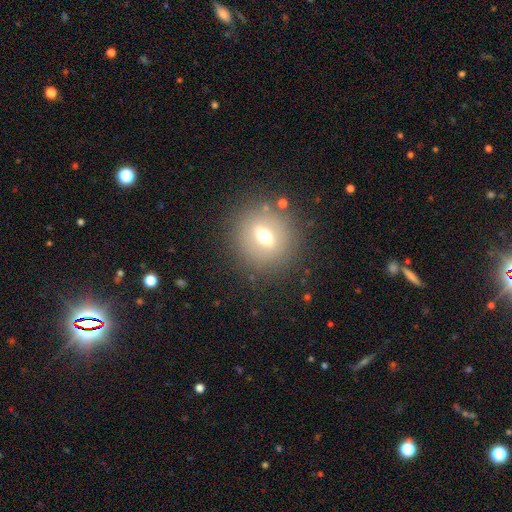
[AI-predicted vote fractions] Smooth or featured? Predicted: smooth (p=0.55). How rounded? Predicted: round (p=0.85). Merging? Predicted: none (p=0.86).